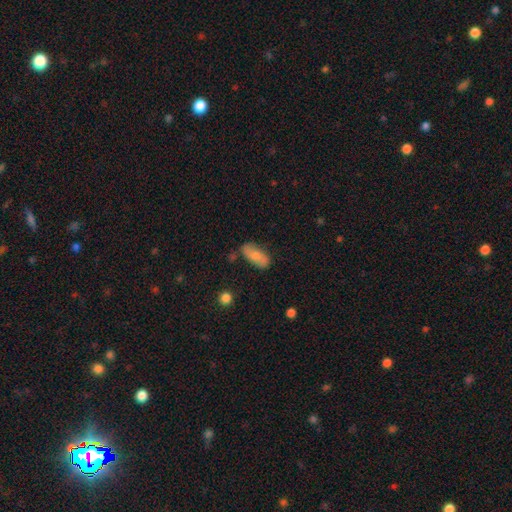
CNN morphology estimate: Overall: smooth (69%). How rounded: in between (86%). Merging: none (69%).